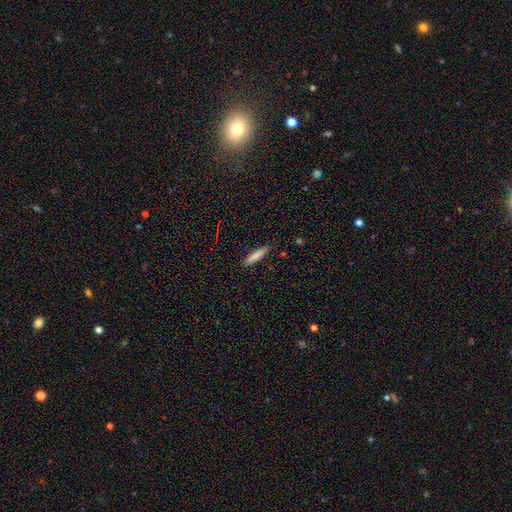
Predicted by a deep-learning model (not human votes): Smooth or featured: smooth — 80% (featured or disk — 13%)
How rounded: cigar-shaped — 82% (in between — 16%)
Merging: none — 85% (minor disturbance — 11%)